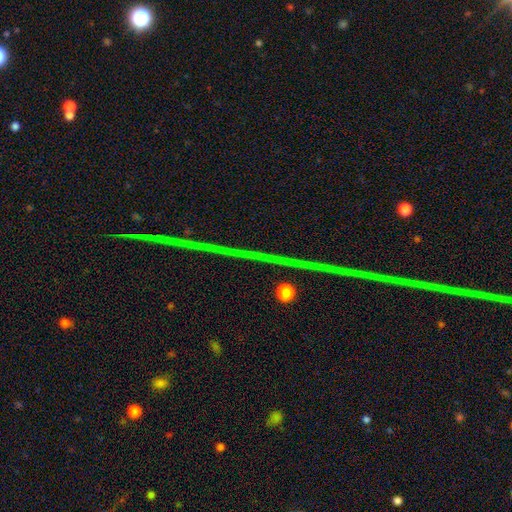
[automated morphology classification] Smooth or featured?
  - star or artifact: 87% *
  - featured or disk: 8%
  - smooth: 5%